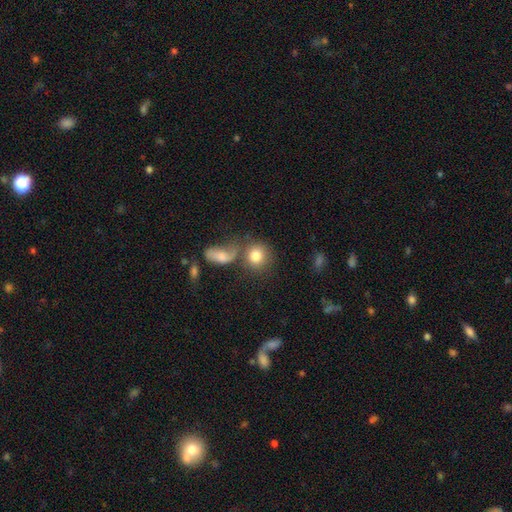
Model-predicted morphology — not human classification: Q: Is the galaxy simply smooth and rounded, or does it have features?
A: smooth — 81%.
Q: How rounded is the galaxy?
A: round — 80%.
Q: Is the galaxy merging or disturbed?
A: none — 52%.